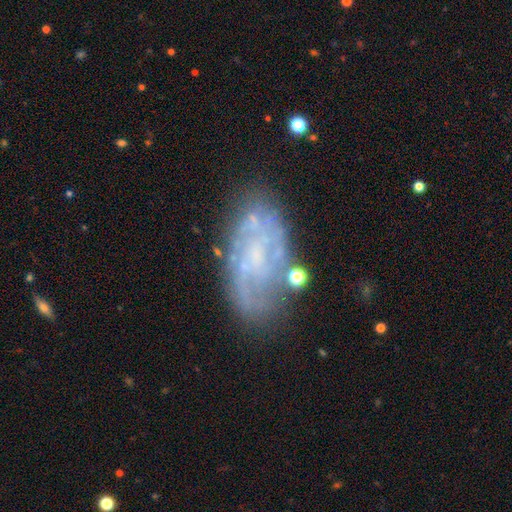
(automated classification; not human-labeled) smooth-or-featured: featured or disk: 72% | smooth: 19% | star or artifact: 9%
  disk-edge-on: no: 95% | yes: 5%
    bar: no: 63% | weak: 30% | strong: 7%
    has-spiral-arms: yes: 72% | no: 28%
    bulge-size: none: 43% | small: 42% | moderate: 13% | large: 2% | dominant: 1%
  merging: none: 67% | minor disturbance: 20% | major disturbance: 9% | merger: 4%